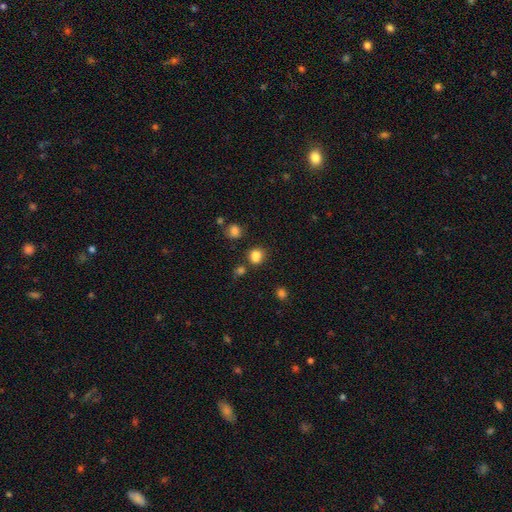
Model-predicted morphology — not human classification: Smooth or featured? Predicted: smooth (p=0.81). How rounded? Predicted: round (p=0.69). Merging? Predicted: none (p=0.65).